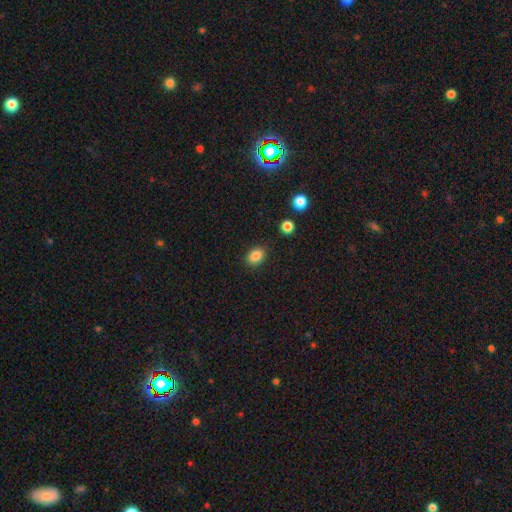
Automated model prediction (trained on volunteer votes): smooth 86%, star or artifact 10%, featured or disk 5%. Down the decision tree: how rounded — in between (71%); merging — none (86%).